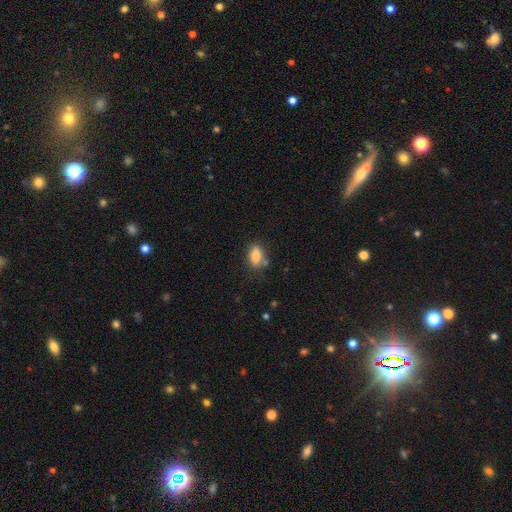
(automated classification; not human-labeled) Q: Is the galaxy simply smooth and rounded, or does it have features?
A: smooth — 84%.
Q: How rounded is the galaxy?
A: in between — 85%.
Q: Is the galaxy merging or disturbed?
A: none — 70%.